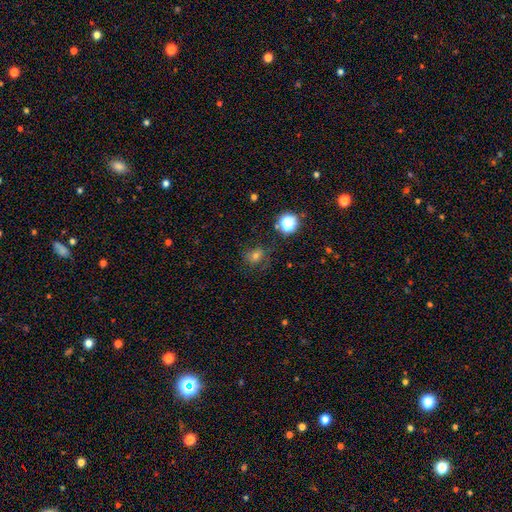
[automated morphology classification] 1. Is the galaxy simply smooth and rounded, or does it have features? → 59% smooth, 26% star or artifact, 16% featured or disk.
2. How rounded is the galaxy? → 65% round, 33% in between, 1% cigar-shaped.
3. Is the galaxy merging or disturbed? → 69% none, 19% minor disturbance, 10% major disturbance, 3% merger.